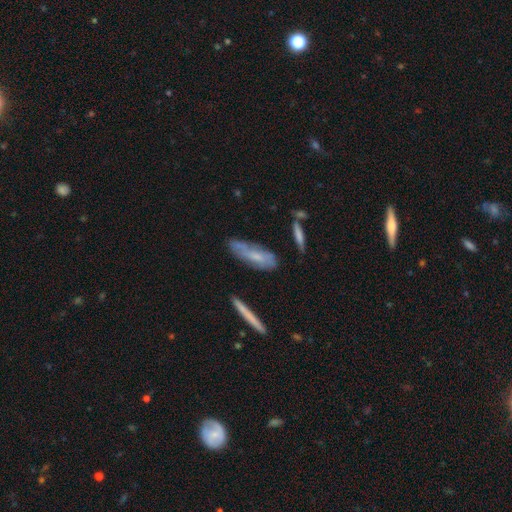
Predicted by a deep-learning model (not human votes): A smooth galaxy with no disk features (48%). Merging: none (65%).